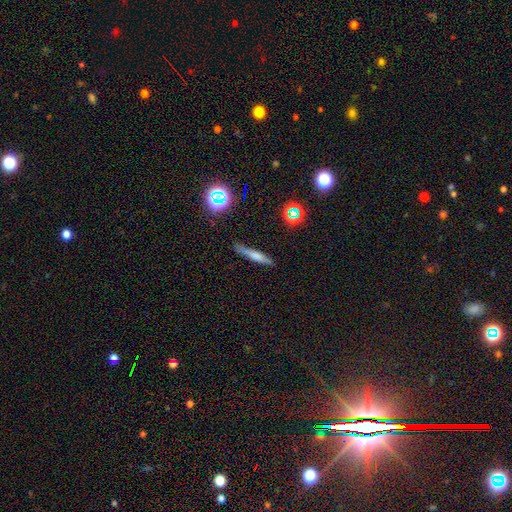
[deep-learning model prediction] Smooth or featured? smooth (55%)
How rounded? cigar-shaped (89%)
Merging? none (81%)